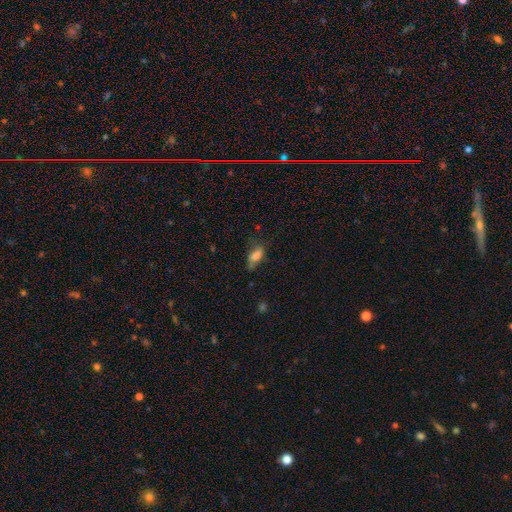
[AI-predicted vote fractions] A smooth galaxy with no disk features (74%) that is in between round and cigar-shaped (84%). Merging: none (48%).